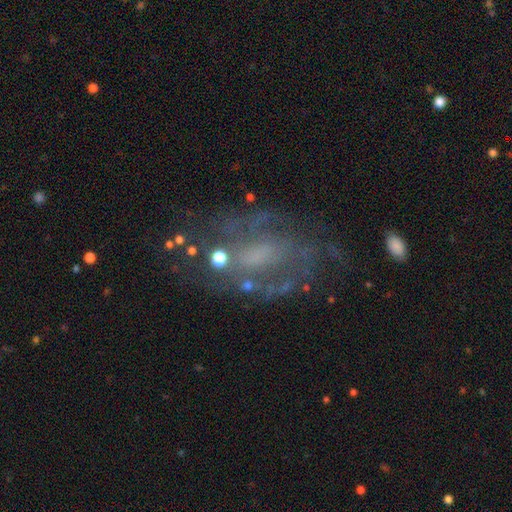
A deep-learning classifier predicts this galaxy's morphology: Smooth or featured: featured or disk — 76% (smooth — 13%)
Edge-on disk: no — 96% (yes — 4%)
Bar: no — 52% (weak — 37%)
Spiral arms: yes — 74% (no — 26%)
Spiral winding: medium — 43% (tight — 37%)
Spiral arm count: can't tell — 42% (2 — 33%)
Bulge size: none — 35% (small — 31%)
Merging: none — 61% (minor disturbance — 19%)